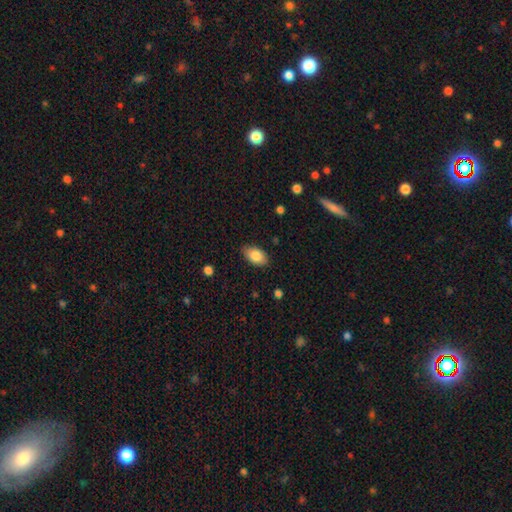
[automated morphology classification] The model was most divided on "merging": none: 84%, minor disturbance: 13%, major disturbance: 2%, merger: 1%. More confident: how rounded — in between (92%); smooth or featured — smooth (85%).